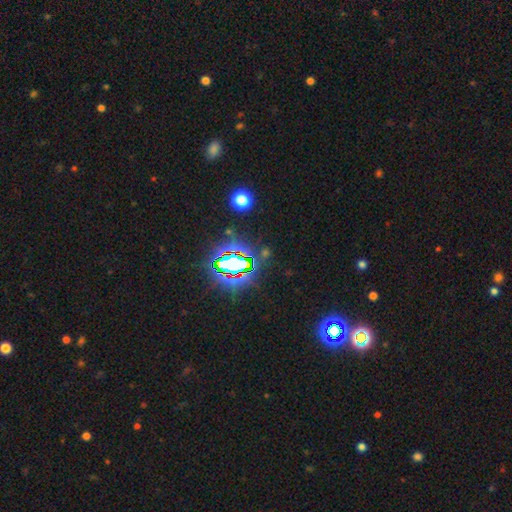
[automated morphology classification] Smooth or featured? star or artifact (80%)